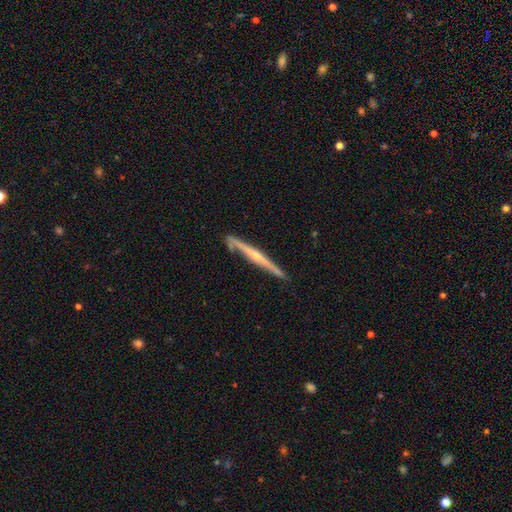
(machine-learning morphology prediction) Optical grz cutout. It shows a featured or disk galaxy (75%) viewed edge-on (97%) with a rounded central bulge (67%). Merging: none (83%).